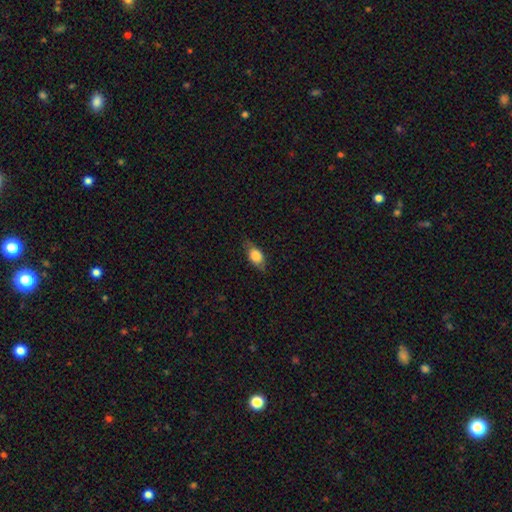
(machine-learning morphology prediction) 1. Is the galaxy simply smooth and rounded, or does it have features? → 70% smooth, 22% featured or disk, 8% star or artifact.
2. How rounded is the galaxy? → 78% in between, 11% round, 11% cigar-shaped.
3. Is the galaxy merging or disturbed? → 75% none, 19% minor disturbance, 5% major disturbance, 1% merger.